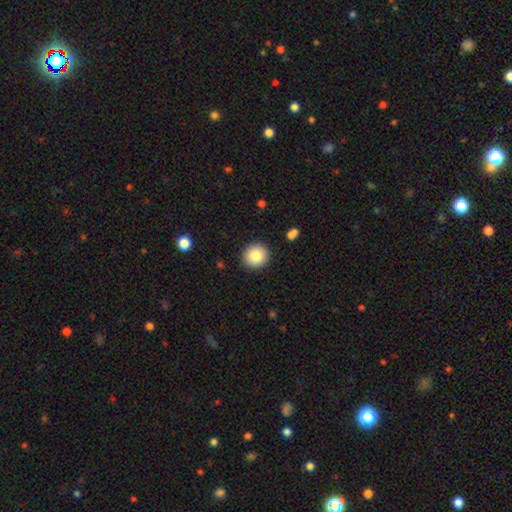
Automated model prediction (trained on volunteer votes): The model was most divided on "smooth or featured": smooth: 83%, star or artifact: 9%, featured or disk: 8%. More confident: how rounded — round (92%); merging — none (91%).